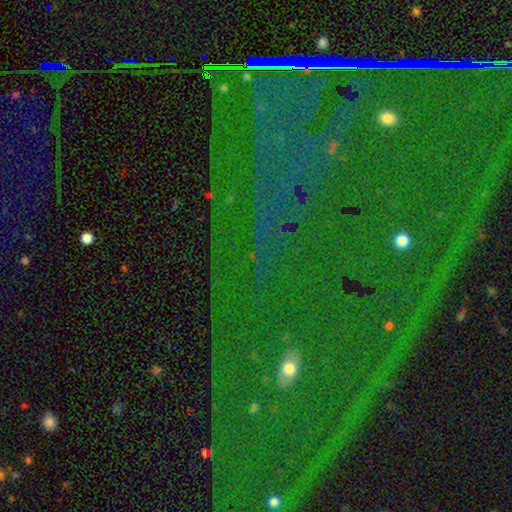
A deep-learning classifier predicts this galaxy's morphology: smooth-or-featured: star or artifact: 84% | featured or disk: 9% | smooth: 7%